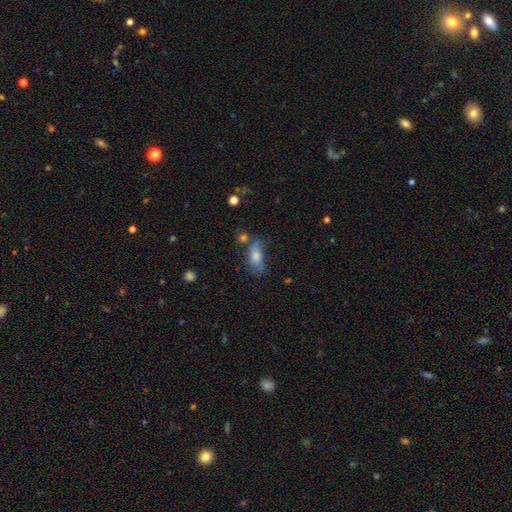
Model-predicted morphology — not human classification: Q: Smooth or featured?
A: smooth (59%); runner-up: featured or disk (28%)
Q: How rounded?
A: in between (78%); runner-up: cigar-shaped (15%)
Q: Merging?
A: none (53%); runner-up: minor disturbance (25%)